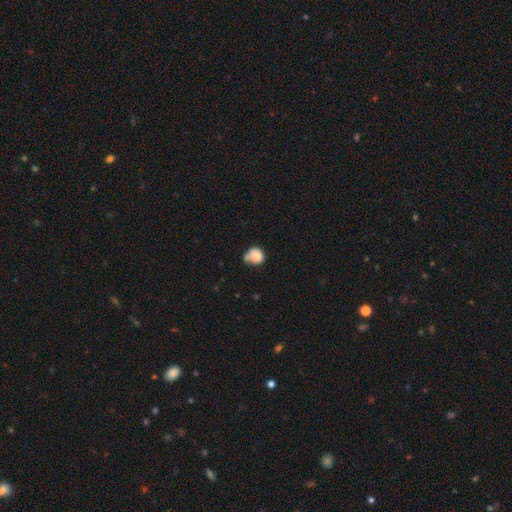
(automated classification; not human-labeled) A smooth galaxy with no disk features (81%) that is round (74%).

Vote fractions:
- Smooth or featured? smooth: 81% / featured or disk: 9% / star or artifact: 9%
- How rounded? round: 74% / in between: 25% / cigar-shaped: 1%
- Merging? none: 40% / minor disturbance: 27% / merger: 24% / major disturbance: 10%